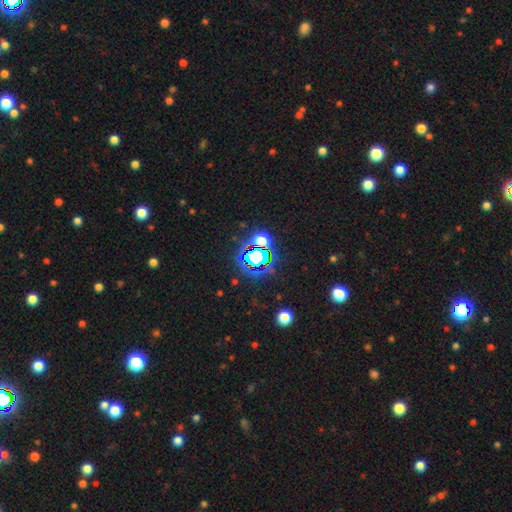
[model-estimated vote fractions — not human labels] Q: Smooth or featured?
A: star or artifact (68%); runner-up: smooth (20%)